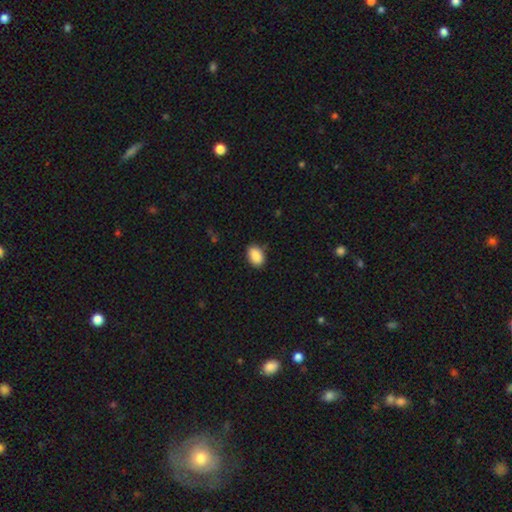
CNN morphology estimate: The model was most divided on "merging": none: 85%, minor disturbance: 12%, major disturbance: 2%, merger: 1%. More confident: smooth or featured — smooth (89%); how rounded — in between (87%).